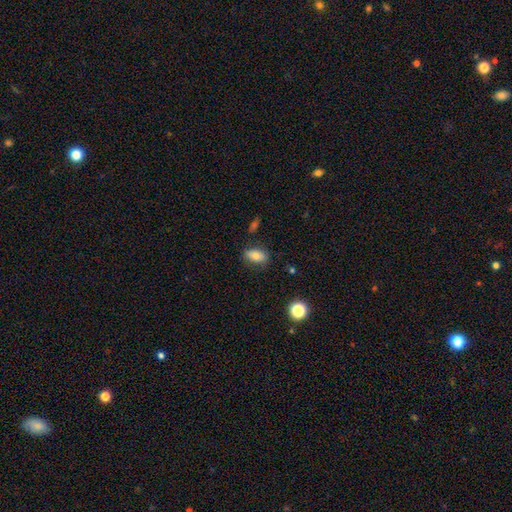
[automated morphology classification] Smooth or featured? Predicted: smooth (p=0.77). How rounded? Predicted: in between (p=0.87). Merging? Predicted: none (p=0.78).